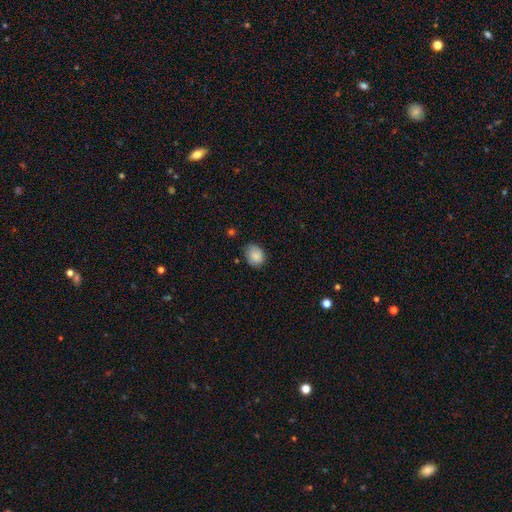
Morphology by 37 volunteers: Smooth or featured? smooth (81%)
How rounded? in between (53%)
Merging? none (62%)